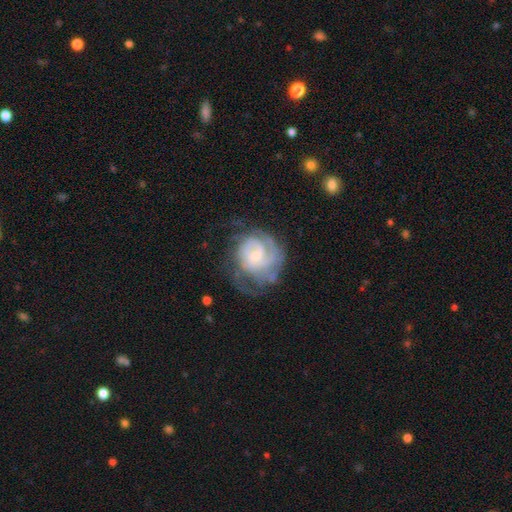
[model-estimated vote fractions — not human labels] This is likely a featured or disk galaxy (75%). It is clearly not viewed edge-on (98%). Bar: possibly no (57%). Spiral arm pattern: clearly yes (88%). Spiral arm count: possibly can't tell (46%). Spiral winding: likely tight (61%). Central bulge: possibly small (50%). Merging: possibly none (52%).